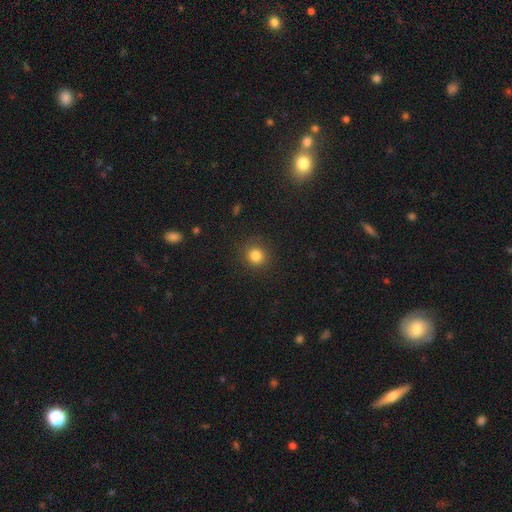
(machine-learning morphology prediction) smooth 83%, star or artifact 12%, featured or disk 5%. Down the decision tree: how rounded — round (88%); merging — none (88%).